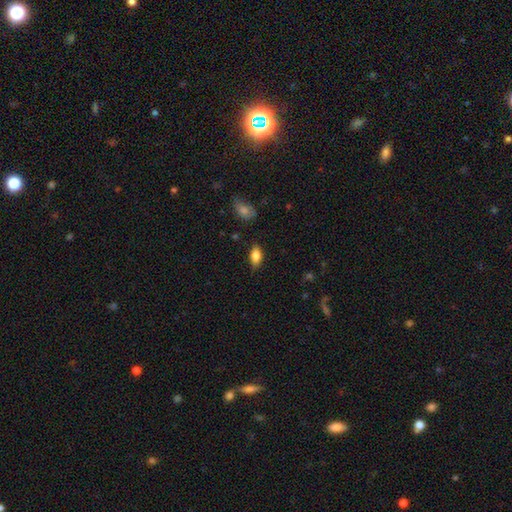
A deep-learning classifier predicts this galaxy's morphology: Smooth or featured? Predicted: smooth (p=0.81). How rounded? Predicted: in between (p=0.88). Merging? Predicted: none (p=0.83).